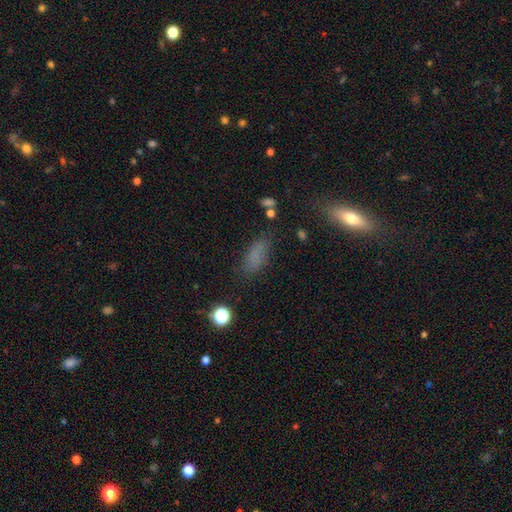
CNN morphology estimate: Smooth or featured? smooth (73%)
How rounded? in between (73%)
Merging? none (66%)